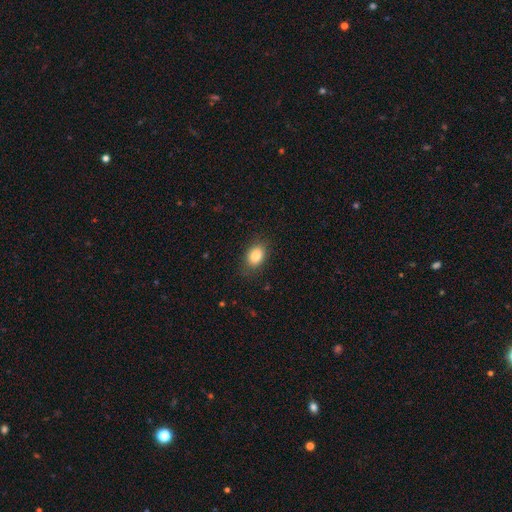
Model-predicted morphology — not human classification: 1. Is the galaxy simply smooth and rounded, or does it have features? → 84% smooth, 9% star or artifact, 7% featured or disk.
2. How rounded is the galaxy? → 75% in between, 24% round, 1% cigar-shaped.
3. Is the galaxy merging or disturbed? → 83% none, 13% minor disturbance, 3% major disturbance, 1% merger.